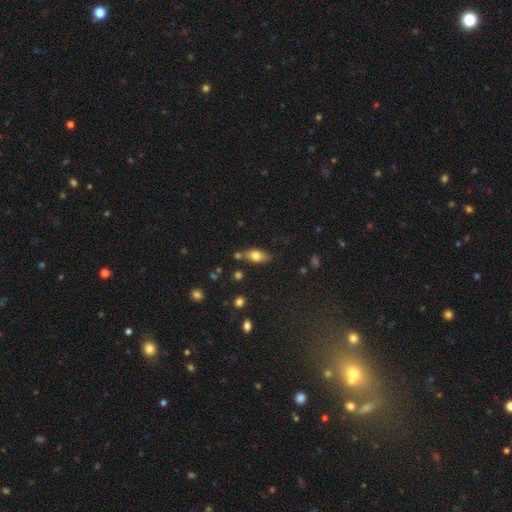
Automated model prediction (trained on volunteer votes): smooth_or_featured: smooth (p=0.73) [alt: featured or disk p=0.18]
how_rounded: in between (p=0.83) [alt: cigar-shaped p=0.12]
merging: none (p=0.67) [alt: minor disturbance p=0.17]